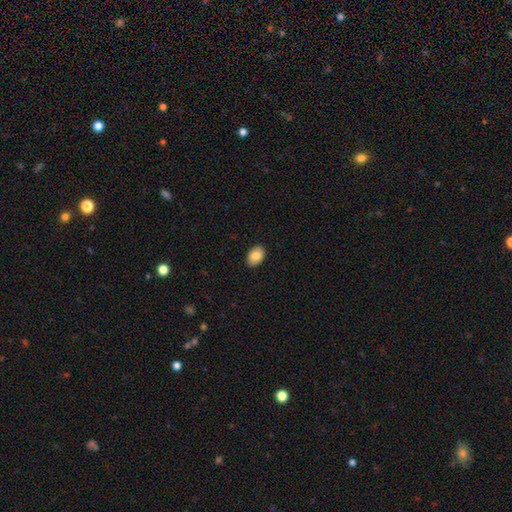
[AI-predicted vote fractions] Smooth or featured: smooth — 86% (featured or disk — 7%)
How rounded: in between — 87% (round — 12%)
Merging: none — 90% (minor disturbance — 8%)